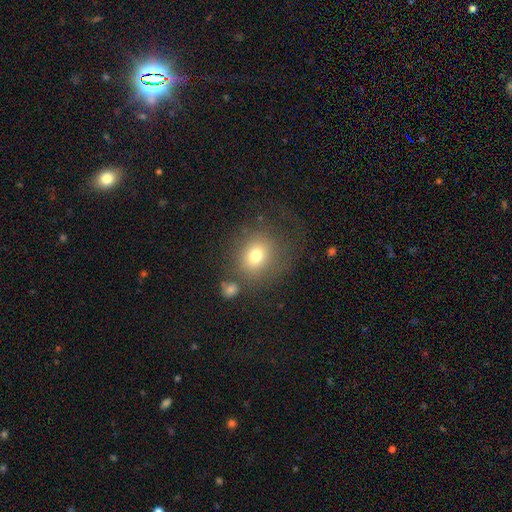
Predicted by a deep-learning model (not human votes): Smooth or featured? smooth (73%)
How rounded? round (76%)
Merging? none (70%)